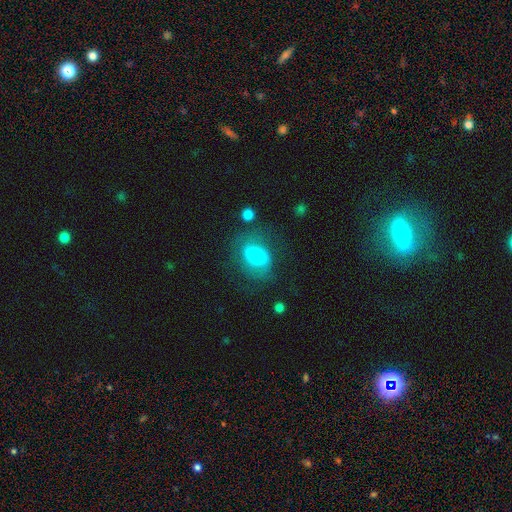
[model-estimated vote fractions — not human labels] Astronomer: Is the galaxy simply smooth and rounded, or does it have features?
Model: smooth — 56% (runner-up: featured or disk, 36%).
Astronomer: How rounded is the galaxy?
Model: in between — 63%.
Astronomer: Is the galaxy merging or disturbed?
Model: none — 48% (runner-up: minor disturbance, 24%).